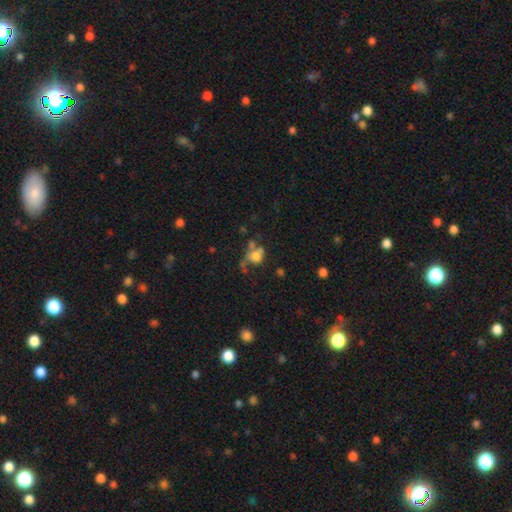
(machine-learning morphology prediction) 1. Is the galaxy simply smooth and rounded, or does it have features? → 61% smooth, 26% featured or disk, 13% star or artifact.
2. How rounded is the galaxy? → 64% round, 35% in between, 1% cigar-shaped.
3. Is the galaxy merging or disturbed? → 30% none, 28% merger, 26% major disturbance, 16% minor disturbance.